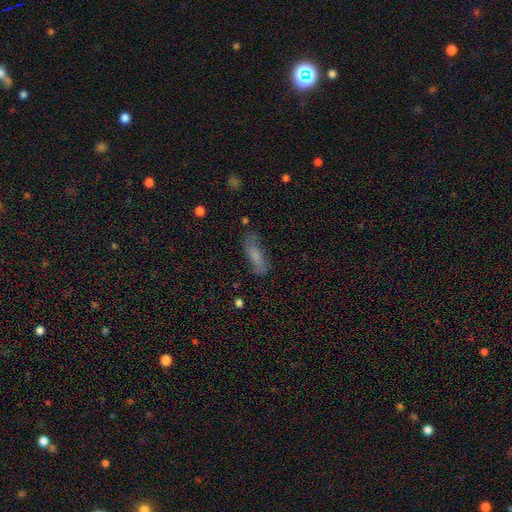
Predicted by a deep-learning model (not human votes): Q: Smooth or featured?
A: smooth (66%); runner-up: featured or disk (24%)
Q: How rounded?
A: in between (50%); runner-up: cigar-shaped (48%)
Q: Merging?
A: none (66%); runner-up: minor disturbance (23%)